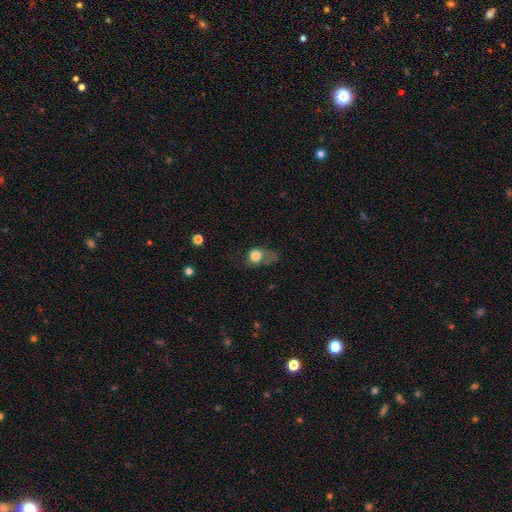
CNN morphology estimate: Smooth or featured? smooth (74%)
How rounded? round (54%)
Merging? major disturbance (53%)